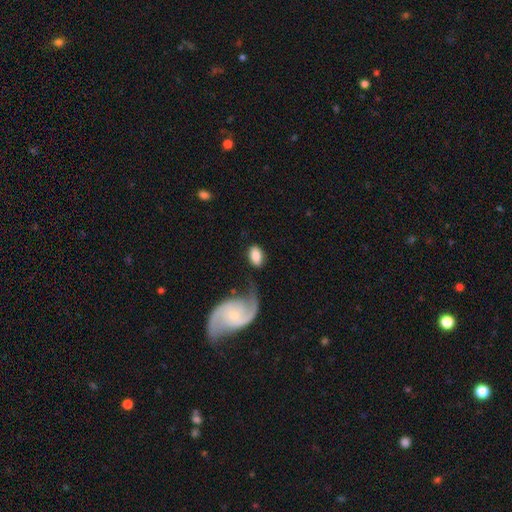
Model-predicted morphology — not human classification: A smooth galaxy with no disk features (75%) that is in between round and cigar-shaped (90%). Merging: none (66%).